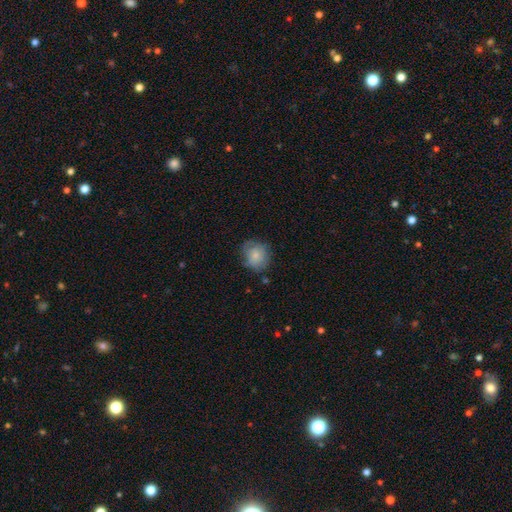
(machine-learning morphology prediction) A smooth galaxy with no disk features (74%) that is round (77%). Merging: none (68%).